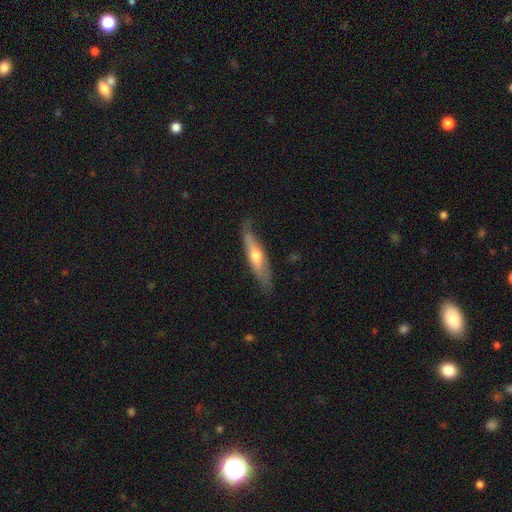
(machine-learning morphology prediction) Q: Smooth or featured?
A: featured or disk (49%); runner-up: smooth (45%)
Q: Merging?
A: none (70%); runner-up: minor disturbance (22%)